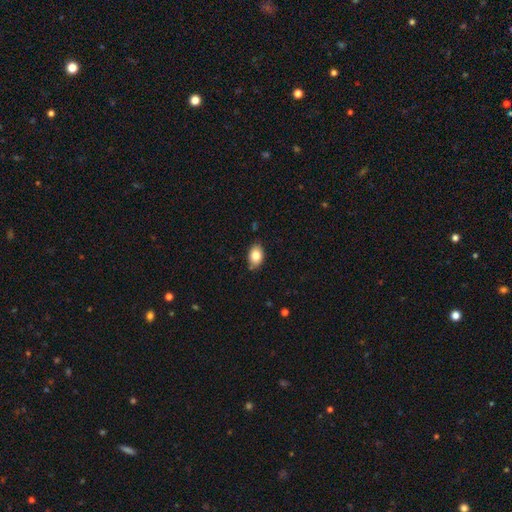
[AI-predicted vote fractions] Q: Smooth or featured?
A: smooth (84%); runner-up: featured or disk (9%)
Q: How rounded?
A: in between (86%); runner-up: round (13%)
Q: Merging?
A: none (82%); runner-up: minor disturbance (15%)